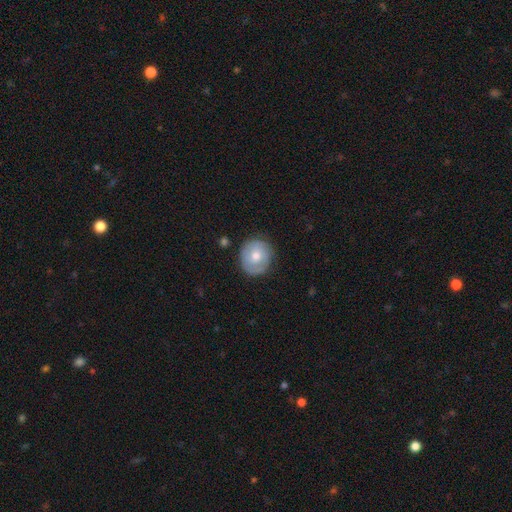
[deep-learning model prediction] Smooth or featured? Predicted: smooth (p=0.56). How rounded? Predicted: round (p=0.87). Merging? Predicted: none (p=0.80).